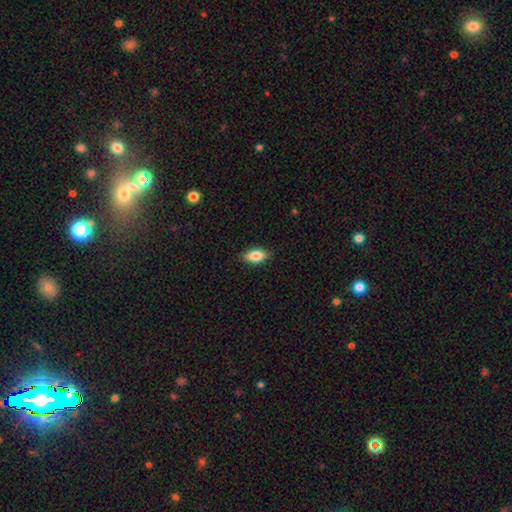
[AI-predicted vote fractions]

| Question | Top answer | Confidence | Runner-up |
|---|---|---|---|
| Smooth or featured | smooth | 75% | featured or disk (17%) |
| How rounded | in between | 84% | cigar-shaped (10%) |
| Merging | none | 85% | minor disturbance (12%) |